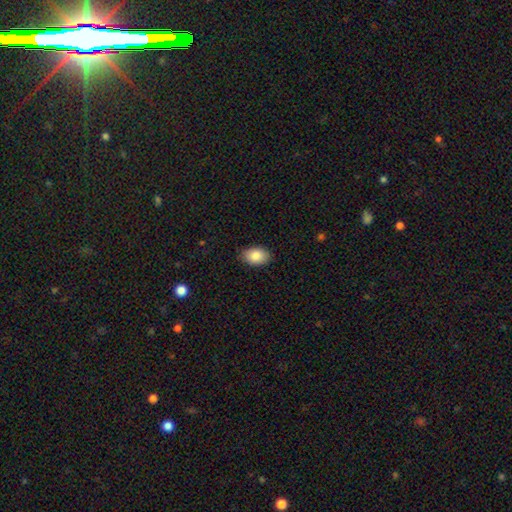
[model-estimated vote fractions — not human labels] The model was most divided on "how rounded": in between: 85%, round: 14%, cigar-shaped: 1%. More confident: smooth or featured — smooth (86%); merging — none (86%).